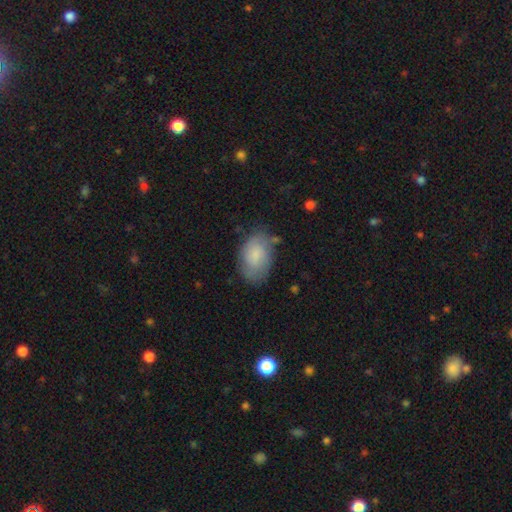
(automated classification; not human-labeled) smooth-or-featured: smooth: 75% | featured or disk: 18% | star or artifact: 7%
  how-rounded: in between: 89% | round: 10% | cigar-shaped: 1%
  merging: none: 65% | minor disturbance: 25% | major disturbance: 7% | merger: 3%